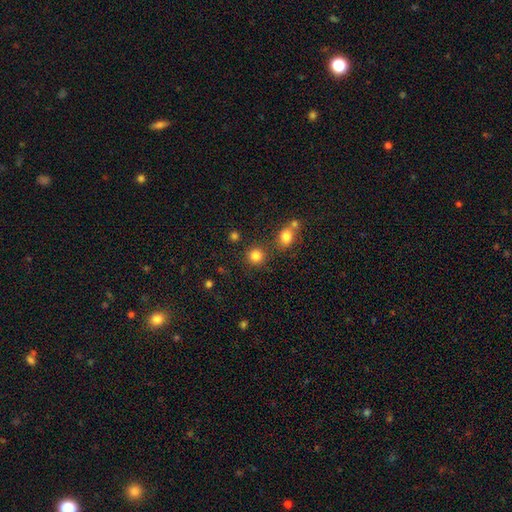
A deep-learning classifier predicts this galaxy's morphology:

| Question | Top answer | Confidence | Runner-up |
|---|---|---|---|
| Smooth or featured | smooth | 82% | star or artifact (13%) |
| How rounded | round | 91% | in between (8%) |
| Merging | none | 79% | merger (10%) |